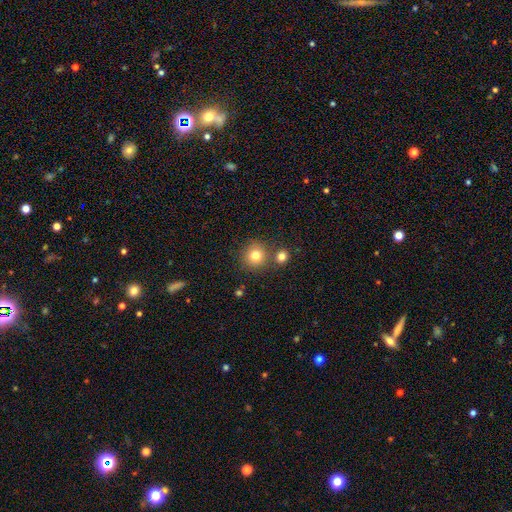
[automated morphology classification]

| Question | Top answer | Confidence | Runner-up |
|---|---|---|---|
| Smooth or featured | smooth | 80% | star or artifact (12%) |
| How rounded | round | 91% | in between (8%) |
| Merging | none | 75% | merger (13%) |